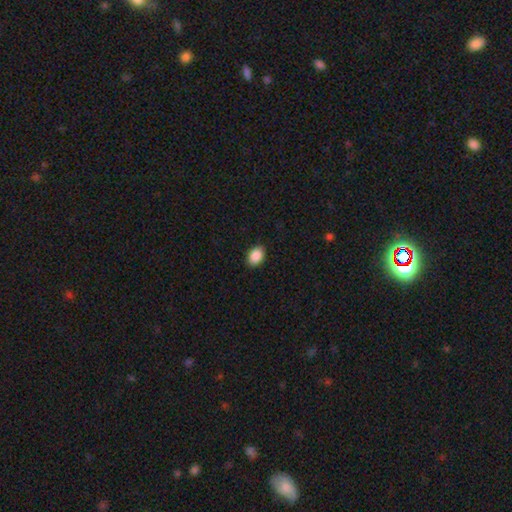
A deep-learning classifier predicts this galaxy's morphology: Q: Smooth or featured?
A: smooth (89%); runner-up: star or artifact (8%)
Q: How rounded?
A: in between (82%); runner-up: round (17%)
Q: Merging?
A: none (90%); runner-up: minor disturbance (8%)